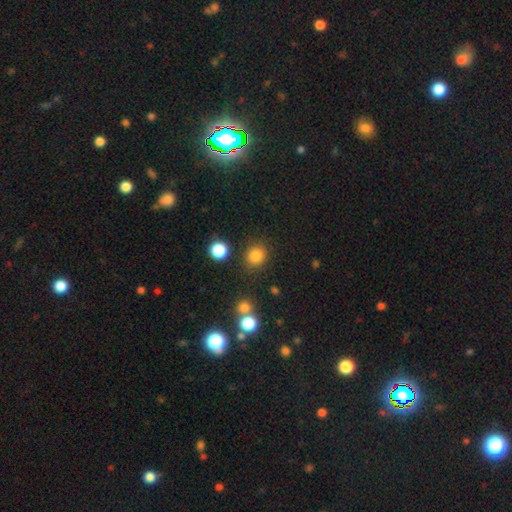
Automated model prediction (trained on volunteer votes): A smooth galaxy with no disk features (83%) that is round (84%).

Vote fractions:
- Smooth or featured? smooth: 83% / star or artifact: 13% / featured or disk: 4%
- How rounded? round: 84% / in between: 15% / cigar-shaped: 1%
- Merging? none: 84% / minor disturbance: 8% / merger: 4% / major disturbance: 3%